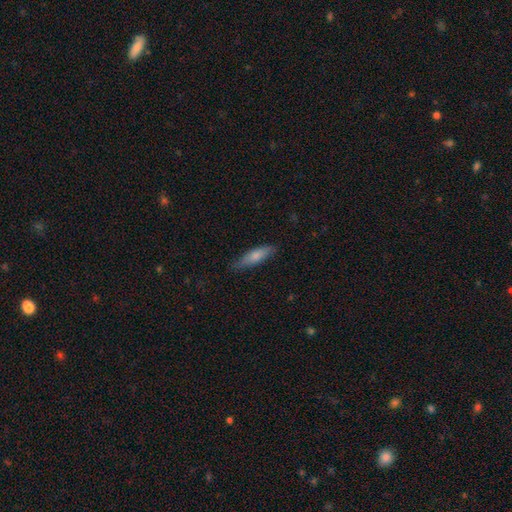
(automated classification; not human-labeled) Q: Smooth or featured?
A: smooth (74%); runner-up: featured or disk (21%)
Q: How rounded?
A: cigar-shaped (59%); runner-up: in between (39%)
Q: Merging?
A: none (78%); runner-up: minor disturbance (18%)